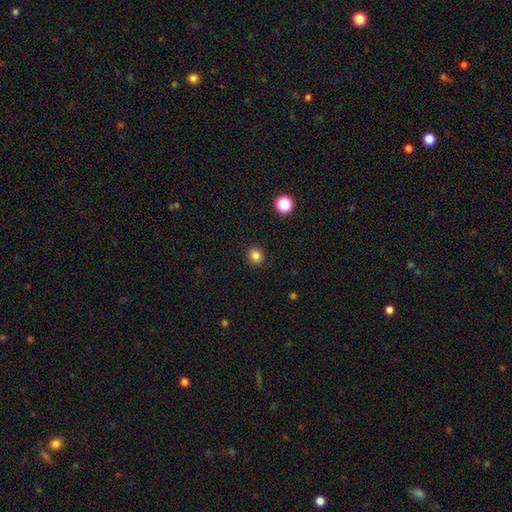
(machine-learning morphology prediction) Smooth or featured?
  - smooth: 85% *
  - star or artifact: 12%
  - featured or disk: 3%
How rounded?
  - round: 82% *
  - in between: 17%
  - cigar-shaped: 1%
Merging?
  - none: 91% *
  - minor disturbance: 6%
  - major disturbance: 2%
  - merger: 1%